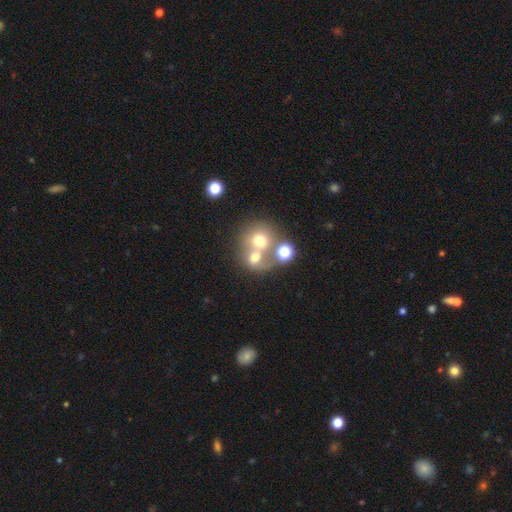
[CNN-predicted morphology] A smooth galaxy with no disk features (55%) that is round (76%).

Vote fractions:
- Smooth or featured? smooth: 55% / featured or disk: 28% / star or artifact: 16%
- How rounded? round: 76% / in between: 23% / cigar-shaped: 1%
- Merging? merger: 57% / none: 31% / minor disturbance: 7% / major disturbance: 5%